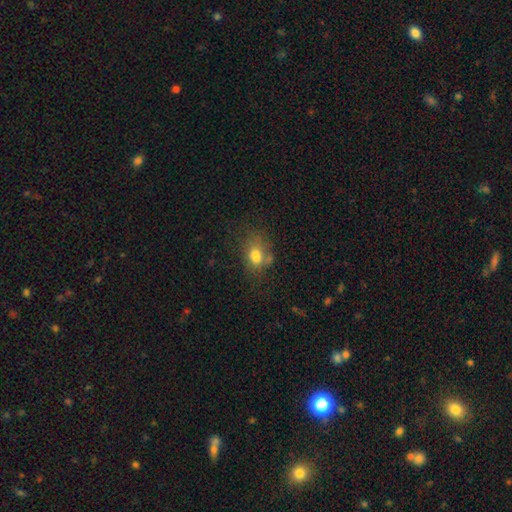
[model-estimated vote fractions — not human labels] smooth_or_featured: smooth (p=0.72) [alt: featured or disk p=0.15]
how_rounded: in between (p=0.65) [alt: round p=0.33]
merging: none (p=0.45) [alt: minor disturbance p=0.21]